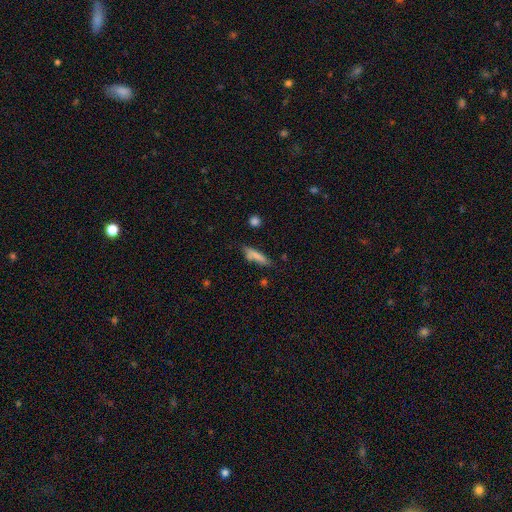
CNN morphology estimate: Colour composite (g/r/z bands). It shows a smooth galaxy with no disk features (78%) that is cigar-shaped (77%). Merging: none (67%).